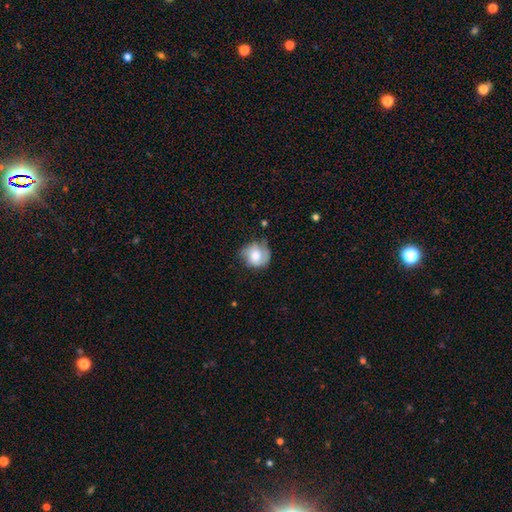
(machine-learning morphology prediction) A smooth galaxy with no disk features (62%) that is round (77%). Merging: none (51%).